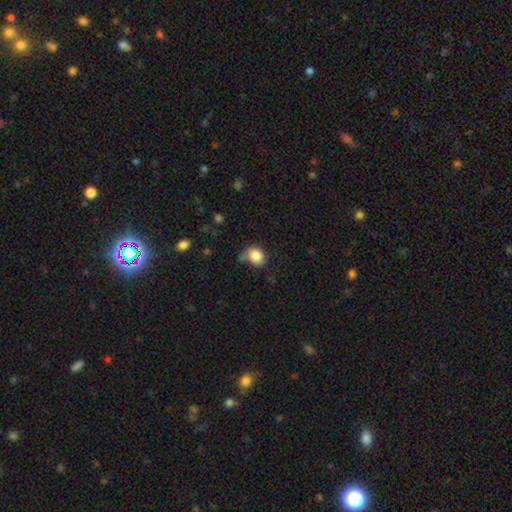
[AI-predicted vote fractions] Smooth or featured? smooth (84%)
How rounded? round (58%)
Merging? none (52%)